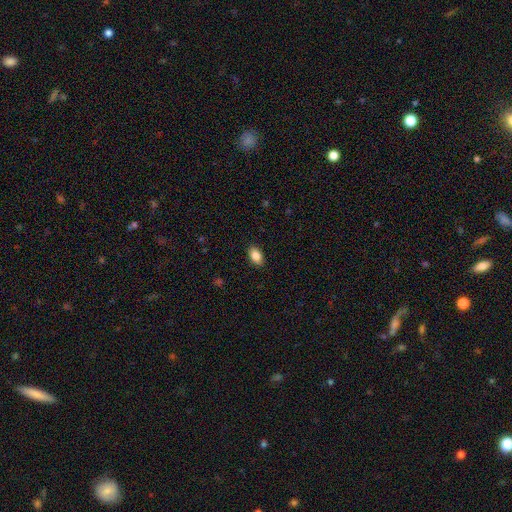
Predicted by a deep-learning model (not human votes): smooth 86%, star or artifact 8%, featured or disk 6%. Down the decision tree: how rounded — in between (90%); merging — none (88%).